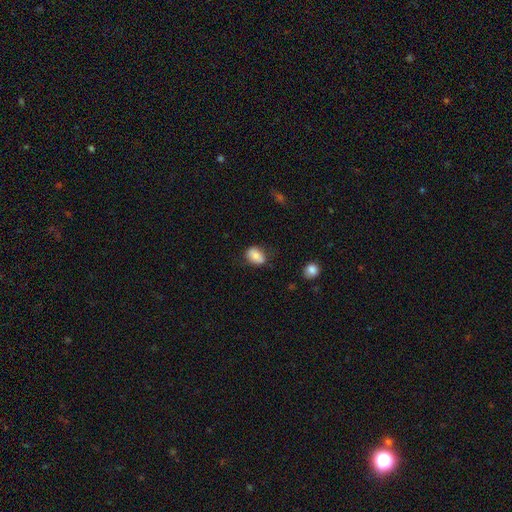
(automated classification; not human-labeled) smooth 80%, featured or disk 12%, star or artifact 8%. Down the decision tree: how rounded — in between (73%); merging — none (72%).